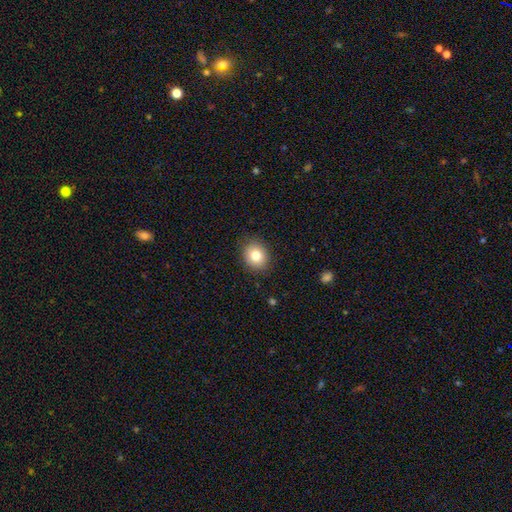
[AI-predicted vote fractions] This appears to be a smooth galaxy with no disk features (80%) that is round (70%). Merging: none (88%).